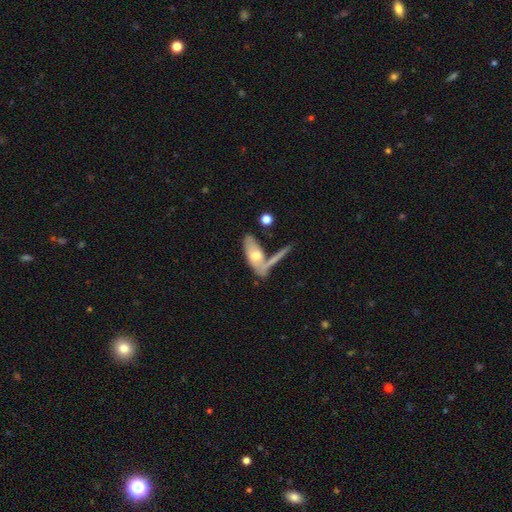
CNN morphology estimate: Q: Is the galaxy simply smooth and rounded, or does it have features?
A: smooth — 54%.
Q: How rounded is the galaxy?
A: in between — 72%.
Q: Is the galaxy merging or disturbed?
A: none — 39%.